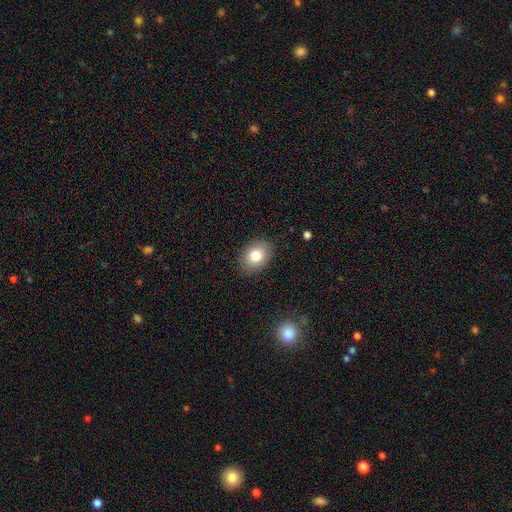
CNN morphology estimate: The model was most divided on "how rounded": in between: 68%, round: 31%, cigar-shaped: 1%. More confident: merging — none (87%); smooth or featured — smooth (80%).